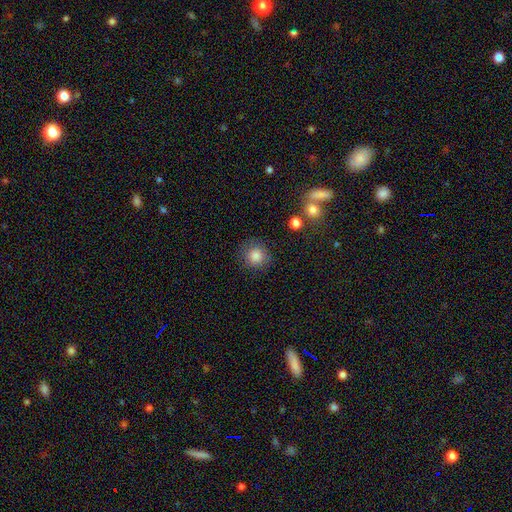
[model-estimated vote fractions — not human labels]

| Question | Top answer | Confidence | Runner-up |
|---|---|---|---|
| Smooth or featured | smooth | 84% | star or artifact (10%) |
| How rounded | round | 91% | in between (8%) |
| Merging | none | 84% | minor disturbance (10%) |